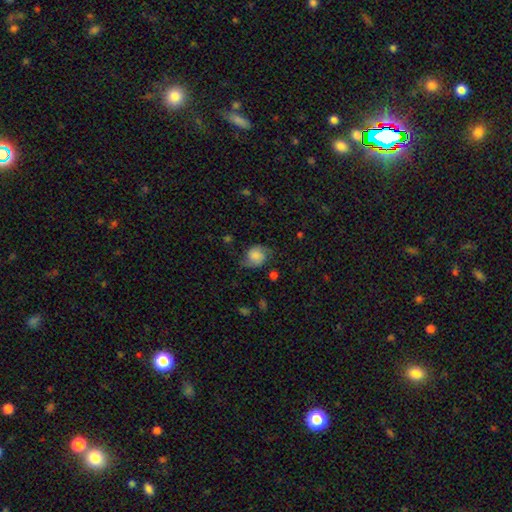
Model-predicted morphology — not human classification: A smooth galaxy with no disk features (52%) that is round (65%). Merging: none (60%).